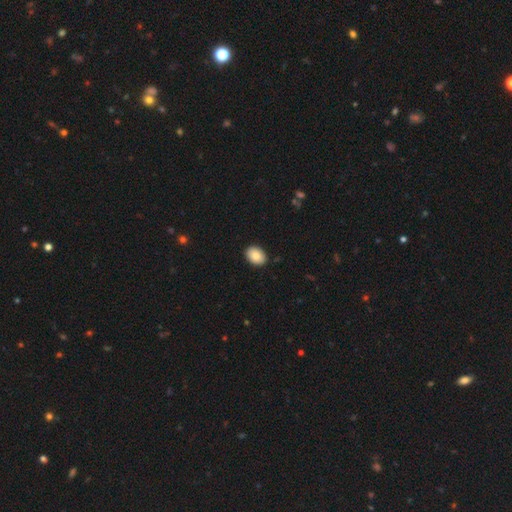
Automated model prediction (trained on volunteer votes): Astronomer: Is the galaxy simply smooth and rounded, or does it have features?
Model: smooth — 88%.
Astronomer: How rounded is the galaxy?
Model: in between — 75%.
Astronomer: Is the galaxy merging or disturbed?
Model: none — 90%.